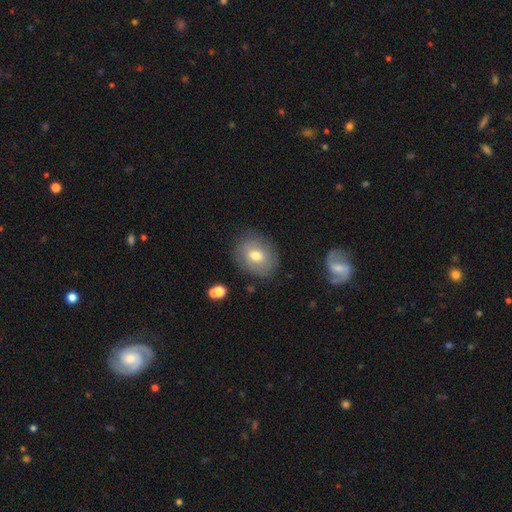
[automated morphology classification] smooth_or_featured: smooth (p=0.68) [alt: featured or disk p=0.24]
how_rounded: in between (p=0.52) [alt: round p=0.47]
merging: none (p=0.80) [alt: minor disturbance p=0.14]